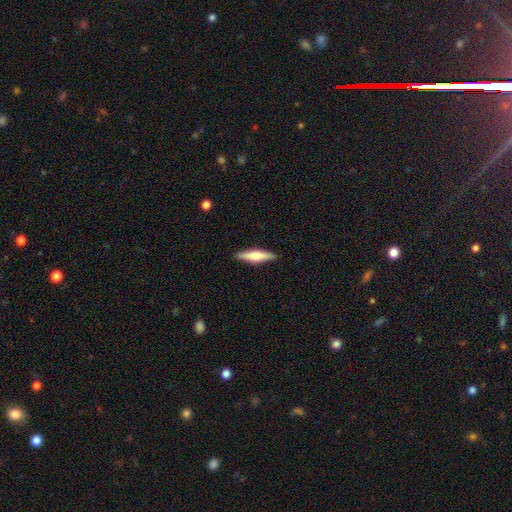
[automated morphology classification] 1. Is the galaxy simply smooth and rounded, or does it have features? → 55% smooth, 40% featured or disk, 6% star or artifact.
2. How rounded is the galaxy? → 79% cigar-shaped, 19% in between, 2% round.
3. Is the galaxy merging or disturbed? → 90% none, 7% minor disturbance, 2% major disturbance, 1% merger.